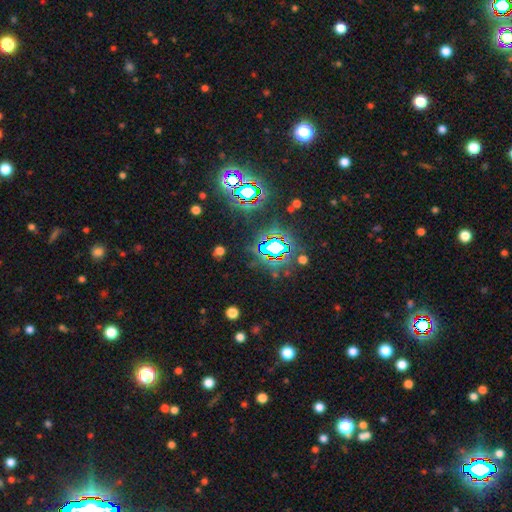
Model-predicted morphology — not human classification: smooth_or_featured: star or artifact (p=0.80) [alt: smooth p=0.12]